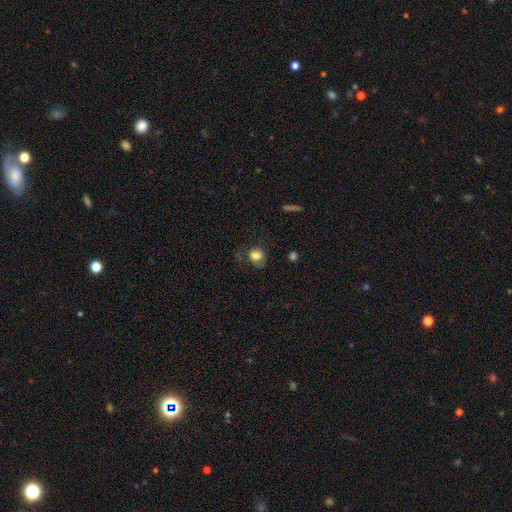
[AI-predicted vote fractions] Smooth or featured?
  - smooth: 81% *
  - star or artifact: 10%
  - featured or disk: 8%
How rounded?
  - round: 64% *
  - in between: 35%
  - cigar-shaped: 1%
Merging?
  - none: 57% *
  - minor disturbance: 26%
  - major disturbance: 15%
  - merger: 2%